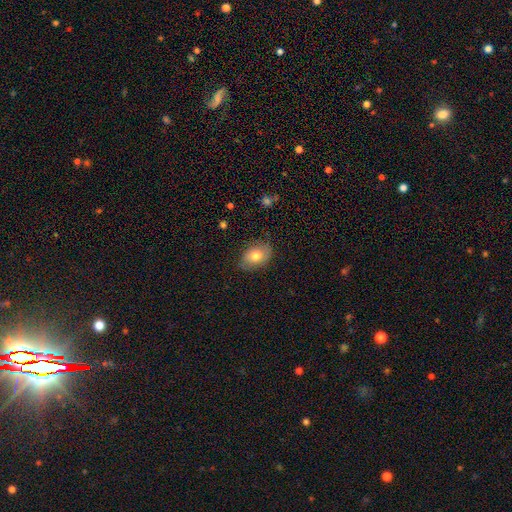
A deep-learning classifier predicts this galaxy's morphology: A smooth galaxy with no disk features (71%) that is in between round and cigar-shaped (81%).

Vote fractions:
- Smooth or featured? smooth: 71% / featured or disk: 21% / star or artifact: 7%
- How rounded? in between: 81% / round: 18% / cigar-shaped: 1%
- Merging? none: 75% / minor disturbance: 19% / major disturbance: 4% / merger: 1%